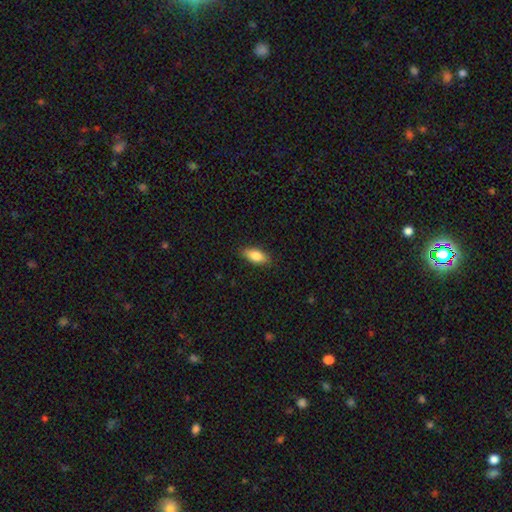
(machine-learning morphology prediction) The model was most divided on "how rounded": in between: 85%, cigar-shaped: 13%, round: 3%. More confident: merging — none (87%); smooth or featured — smooth (85%).